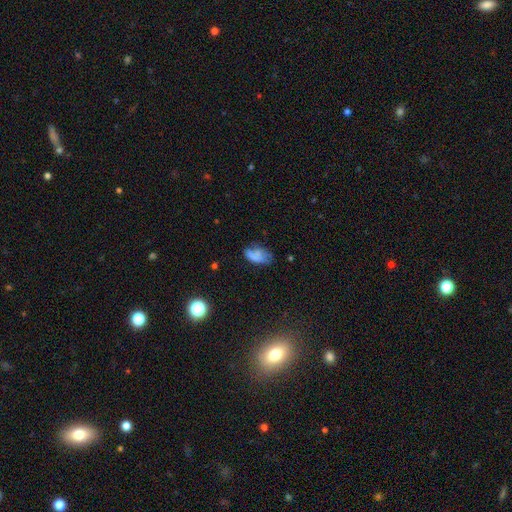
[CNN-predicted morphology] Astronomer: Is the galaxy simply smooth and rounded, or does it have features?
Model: smooth — 63%.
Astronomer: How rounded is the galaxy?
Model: in between — 91%.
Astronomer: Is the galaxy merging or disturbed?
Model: none — 44% (runner-up: minor disturbance, 33%).